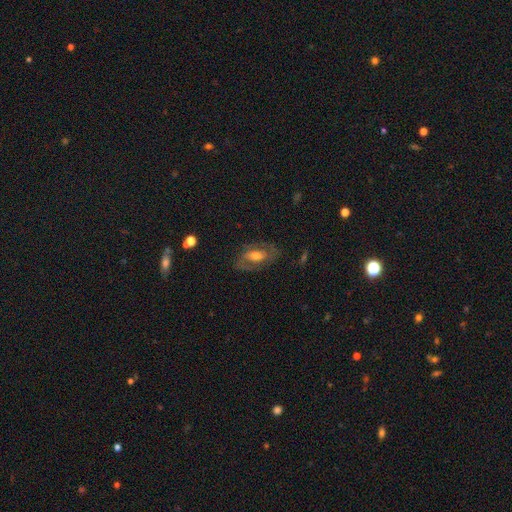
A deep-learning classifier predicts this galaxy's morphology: Smooth or featured? featured or disk (63%)
Edge-on disk? no (91%)
Bar? no (46%)
Spiral arms? yes (62%)
Bulge size? moderate (60%)
Merging? none (72%)